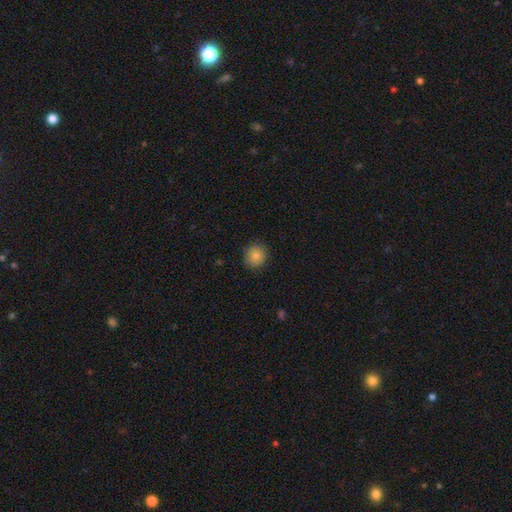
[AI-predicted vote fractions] Smooth or featured? Predicted: smooth (p=0.84). How rounded? Predicted: round (p=0.90). Merging? Predicted: none (p=0.89).